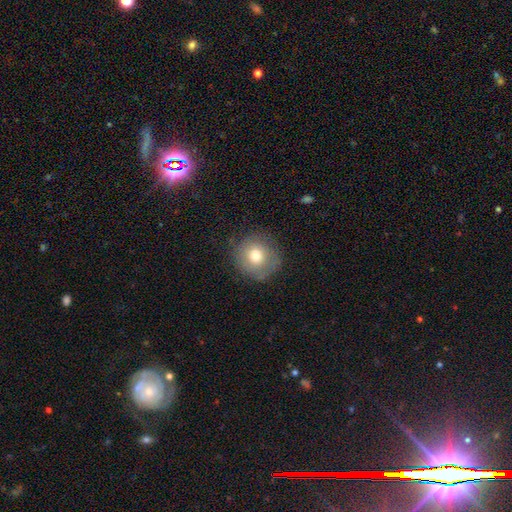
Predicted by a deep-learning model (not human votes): Overall: smooth (73%). How rounded: round (92%). Merging: none (79%).